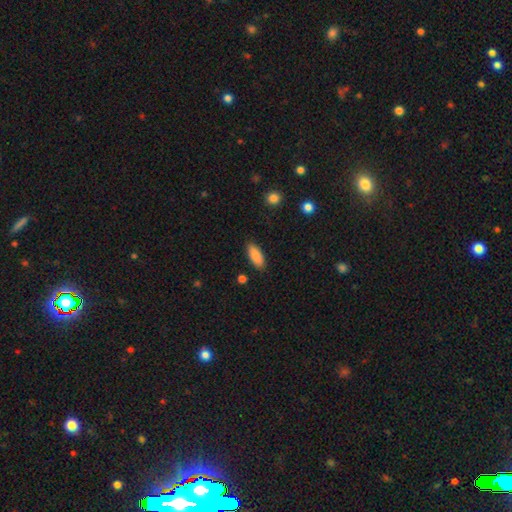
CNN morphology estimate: A smooth galaxy with no disk features (88%) that is in between round and cigar-shaped (75%). Merging: none (88%).